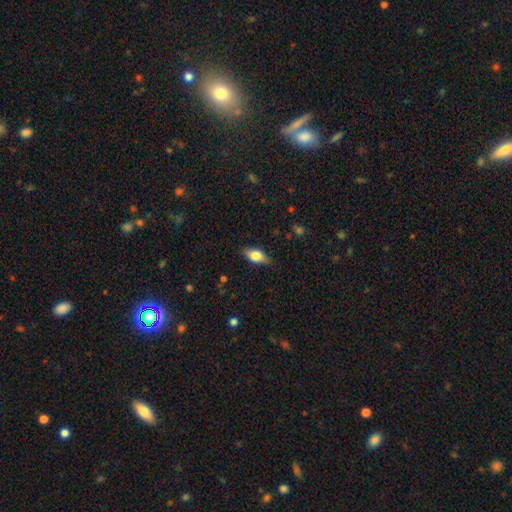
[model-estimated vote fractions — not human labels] smooth-or-featured: smooth: 70% | featured or disk: 23% | star or artifact: 7%
  how-rounded: in between: 84% | cigar-shaped: 11% | round: 5%
  merging: none: 83% | minor disturbance: 13% | major disturbance: 3% | merger: 1%